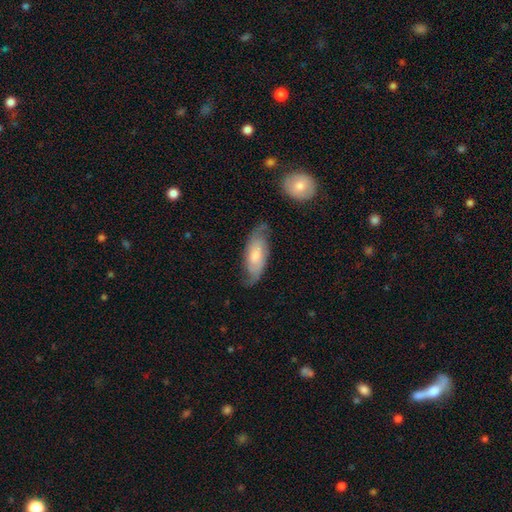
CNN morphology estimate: The model was most divided on "bulge size": moderate: 45%, small: 26%, large: 17%, none: 10%, dominant: 2%. More confident: spiral arms — yes (90%); edge-on disk — no (88%); merging — none (67%); bar — no (59%); smooth or featured — featured or disk (59%).